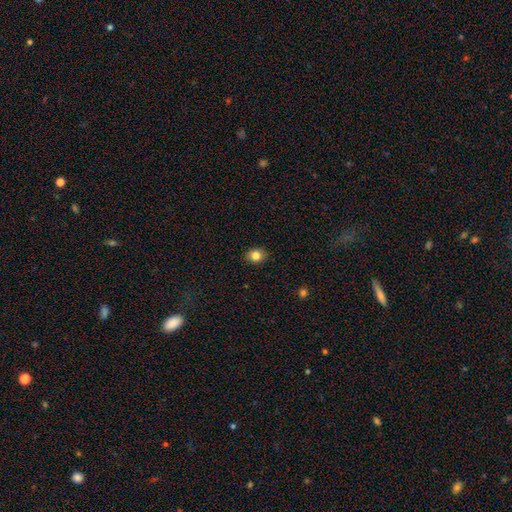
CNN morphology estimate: A smooth galaxy with no disk features (83%) that is round (61%). Merging: none (90%).